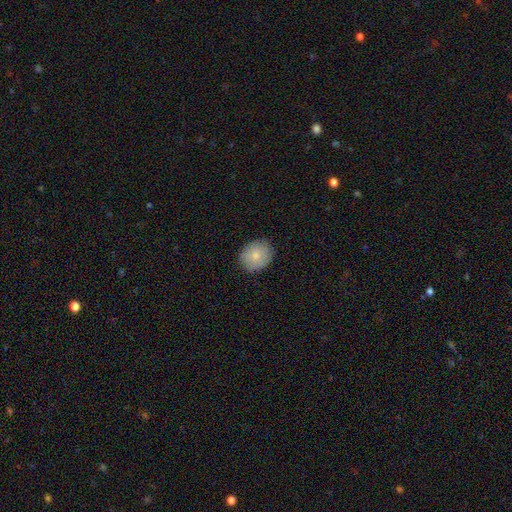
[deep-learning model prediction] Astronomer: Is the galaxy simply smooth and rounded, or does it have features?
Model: smooth — 82%.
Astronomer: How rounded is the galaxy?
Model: round — 69%.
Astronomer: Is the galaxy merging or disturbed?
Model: none — 86%.